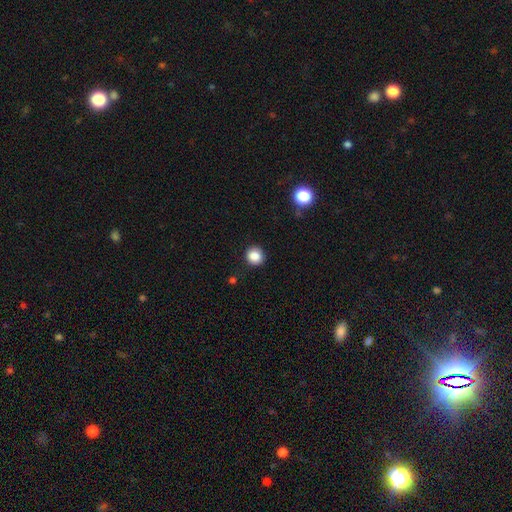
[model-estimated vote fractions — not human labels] Smooth or featured: smooth — 86% (star or artifact — 10%)
How rounded: round — 89% (in between — 10%)
Merging: none — 89% (minor disturbance — 8%)